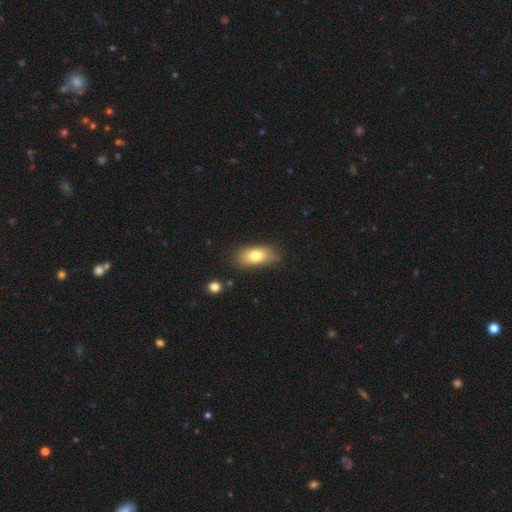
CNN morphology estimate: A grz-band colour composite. It shows a smooth galaxy with no disk features (76%) that is in between round and cigar-shaped (86%). Merging: none (76%).